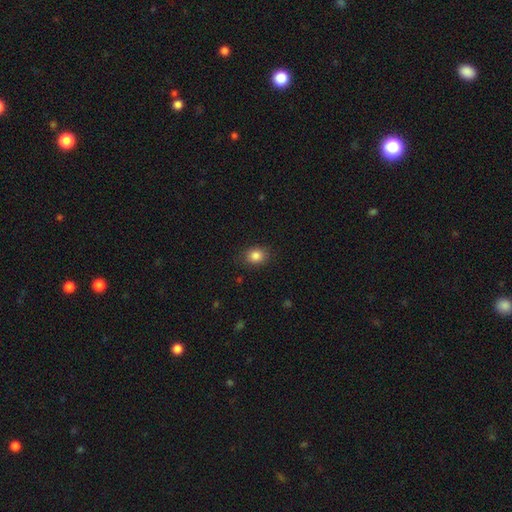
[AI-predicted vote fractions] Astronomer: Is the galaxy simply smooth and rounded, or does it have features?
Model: smooth — 85%.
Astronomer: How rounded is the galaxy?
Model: round — 51% (runner-up: in between, 48%).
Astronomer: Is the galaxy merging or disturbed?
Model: none — 85%.